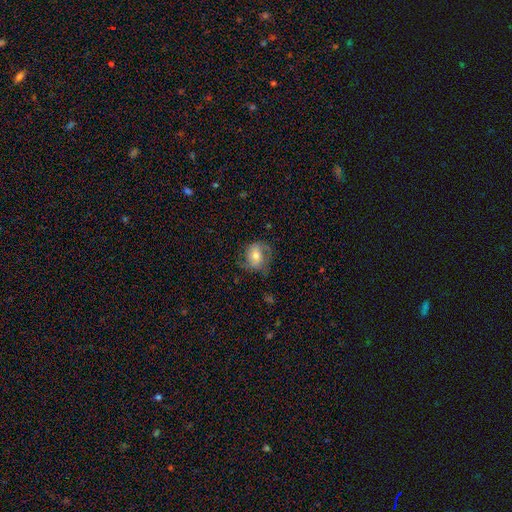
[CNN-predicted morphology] Q: Smooth or featured?
A: featured or disk (53%); runner-up: smooth (39%)
Q: Edge-on disk?
A: no (96%); runner-up: yes (4%)
Q: Bar?
A: no (46%); runner-up: weak (35%)
Q: Spiral arms?
A: yes (83%); runner-up: no (17%)
Q: Bulge size?
A: moderate (59%); runner-up: small (29%)
Q: Merging?
A: none (63%); runner-up: minor disturbance (22%)